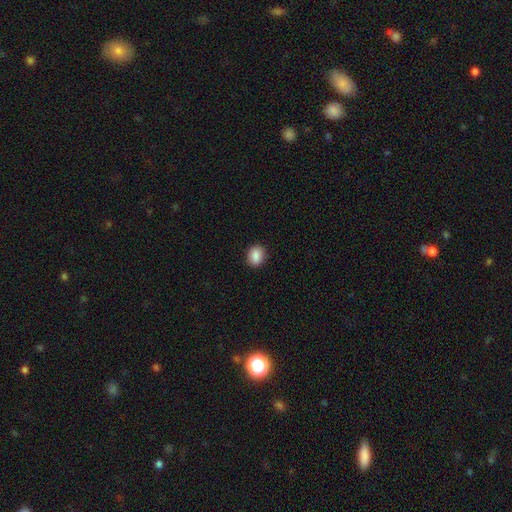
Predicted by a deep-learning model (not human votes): The model was most divided on "how rounded": in between: 50%, round: 49%, cigar-shaped: 1%. More confident: merging — none (90%); smooth or featured — smooth (88%).